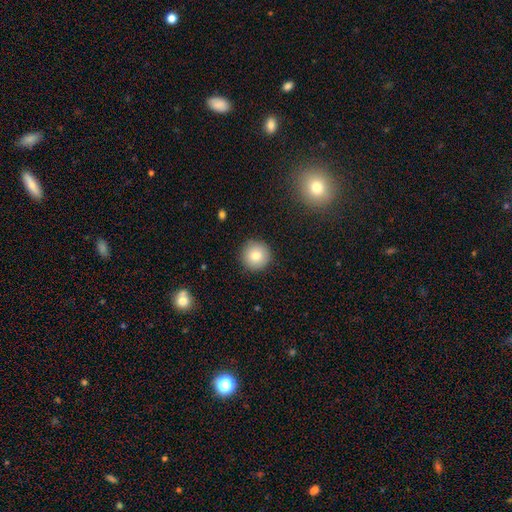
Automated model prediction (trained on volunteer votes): This is clearly a smooth galaxy (82%). How rounded: clearly round (96%). Merging: clearly none (91%).